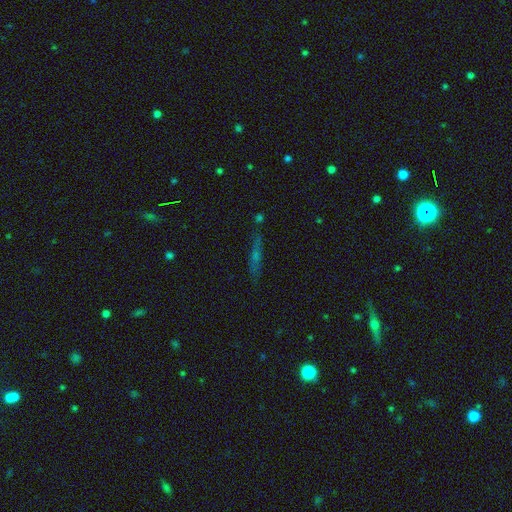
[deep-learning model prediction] Morphology: type=featured or disk (45%); merging=none (79%).